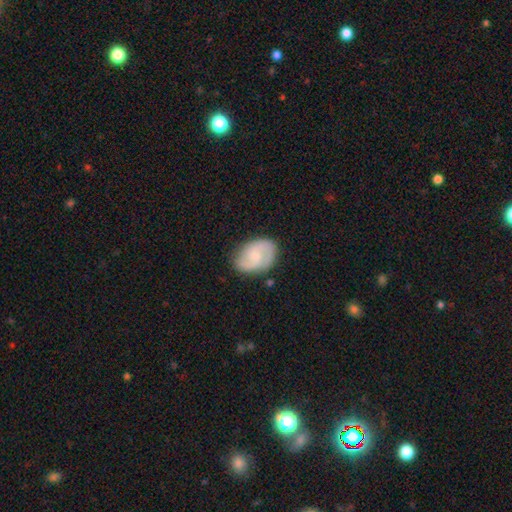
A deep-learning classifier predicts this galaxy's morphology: featured or disk 68%, smooth 26%, star or artifact 6%. Down the decision tree: edge-on disk — no (97%); bar — no (60%); spiral arms — yes (92%); spiral arm count — 2 (80%); spiral winding — medium (49%); bulge size — small (63%); merging — none (76%).